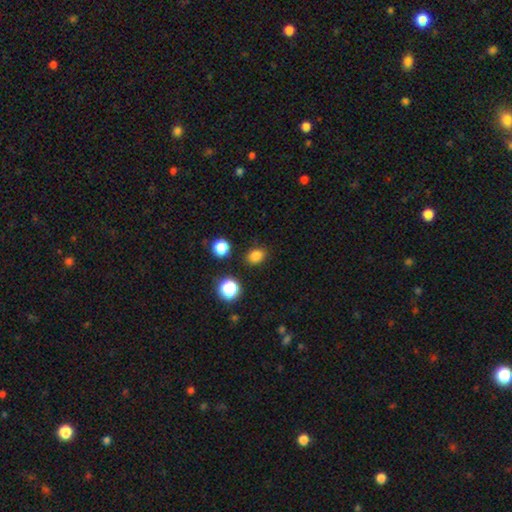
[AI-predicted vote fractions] A smooth galaxy with no disk features (81%) that is in between round and cigar-shaped (54%).

Vote fractions:
- Smooth or featured? smooth: 81% / star or artifact: 15% / featured or disk: 4%
- How rounded? in between: 54% / round: 45% / cigar-shaped: 1%
- Merging? none: 85% / minor disturbance: 10% / major disturbance: 3% / merger: 3%